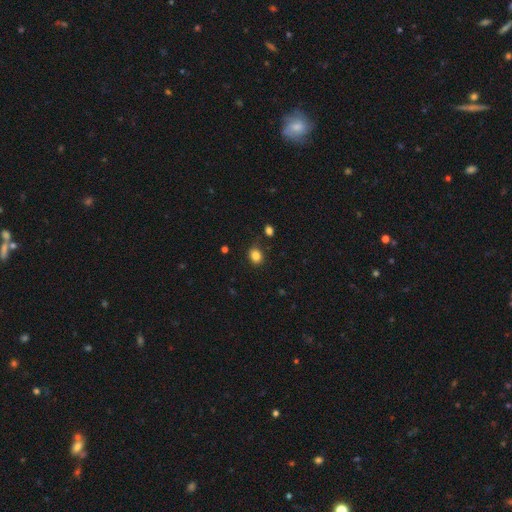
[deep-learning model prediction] smooth 83%, star or artifact 12%, featured or disk 5%. Down the decision tree: how rounded — round (63%); merging — none (80%).